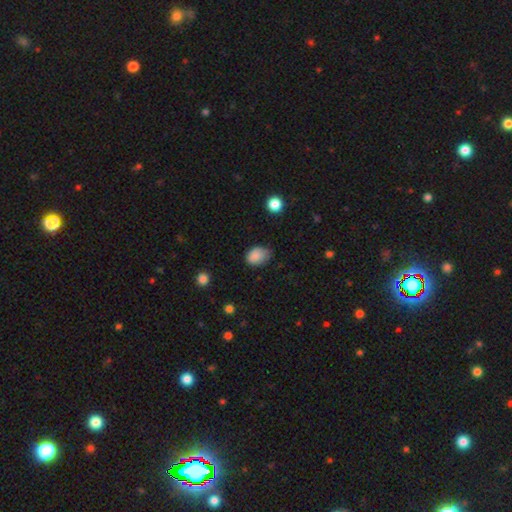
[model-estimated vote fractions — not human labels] Smooth or featured? Predicted: smooth (p=0.86). How rounded? Predicted: in between (p=0.75). Merging? Predicted: none (p=0.54).